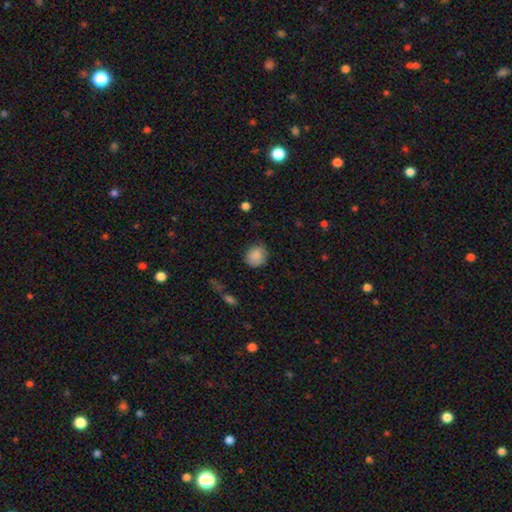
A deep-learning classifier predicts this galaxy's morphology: Overall: smooth (87%). How rounded: round (75%). Merging: none (74%).